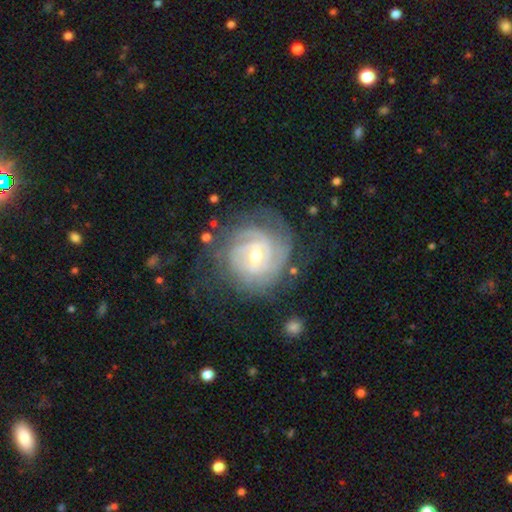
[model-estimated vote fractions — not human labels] This is clearly a featured or disk galaxy (86%). It is clearly not viewed edge-on (97%). Bar: possibly weak (57%). Spiral arm pattern: clearly yes (96%). Spiral arm count: marginally can't tell (34%). Spiral winding: likely tight (75%). Central bulge: possibly moderate (53%). Merging: likely none (71%).